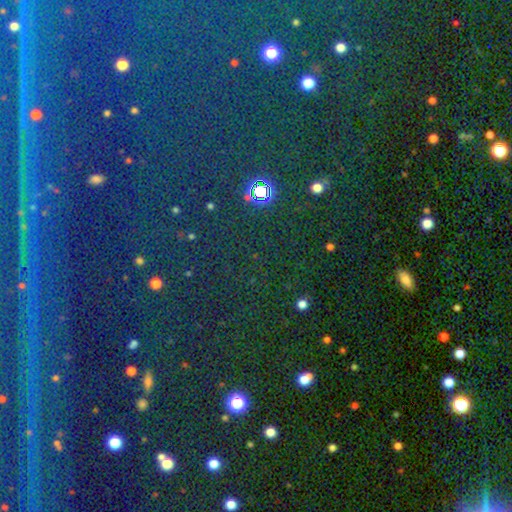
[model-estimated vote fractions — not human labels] star or artifact 77%, smooth 15%, featured or disk 8%.